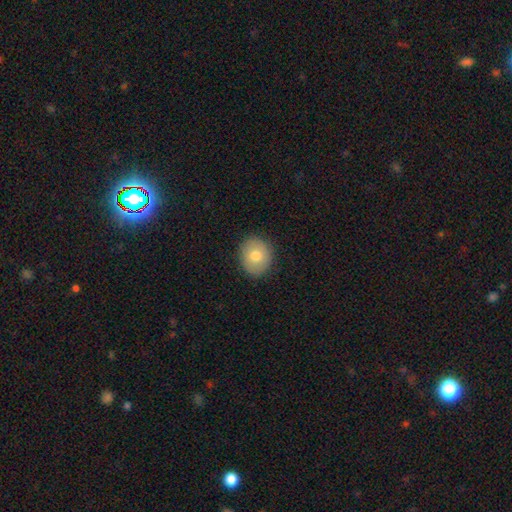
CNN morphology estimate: smooth-or-featured: smooth: 75% | featured or disk: 17% | star or artifact: 8%
  how-rounded: round: 67% | in between: 32% | cigar-shaped: 1%
  merging: none: 87% | minor disturbance: 9% | major disturbance: 2% | merger: 1%